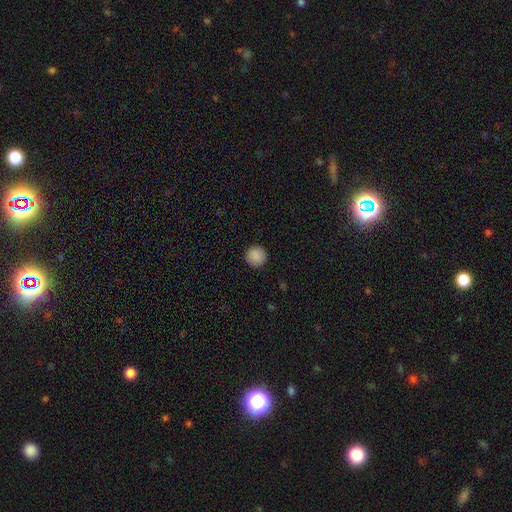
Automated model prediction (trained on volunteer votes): Smooth or featured? Predicted: smooth (p=0.89). How rounded? Predicted: round (p=0.96). Merging? Predicted: none (p=0.93).